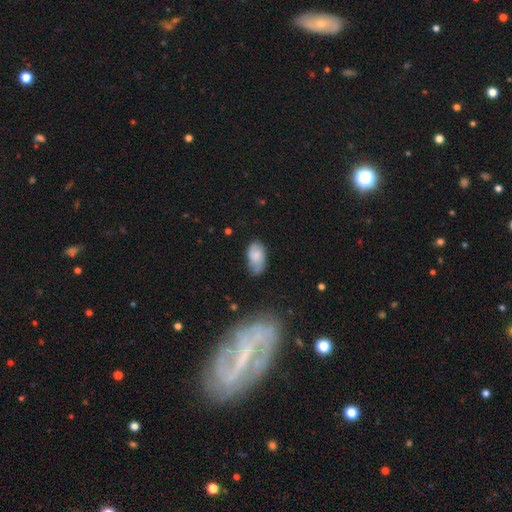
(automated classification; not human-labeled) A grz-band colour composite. It shows a smooth galaxy with no disk features (74%) that is in between round and cigar-shaped (93%). Merging: none (57%).